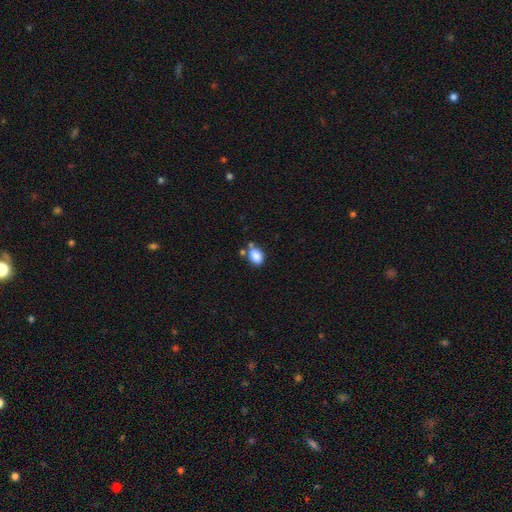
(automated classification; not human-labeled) smooth_or_featured: smooth (p=0.85) [alt: star or artifact p=0.09]
how_rounded: in between (p=0.76) [alt: round p=0.23]
merging: none (p=0.59) [alt: minor disturbance p=0.19]